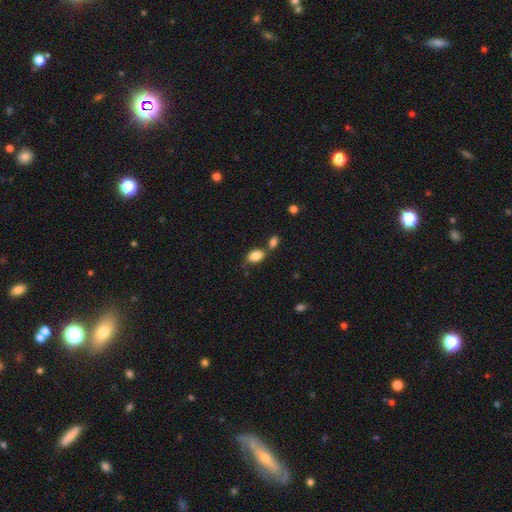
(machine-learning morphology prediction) Smooth or featured?
  - smooth: 85% *
  - star or artifact: 8%
  - featured or disk: 7%
How rounded?
  - in between: 87% *
  - round: 12%
  - cigar-shaped: 2%
Merging?
  - none: 57% *
  - merger: 25%
  - minor disturbance: 14%
  - major disturbance: 4%